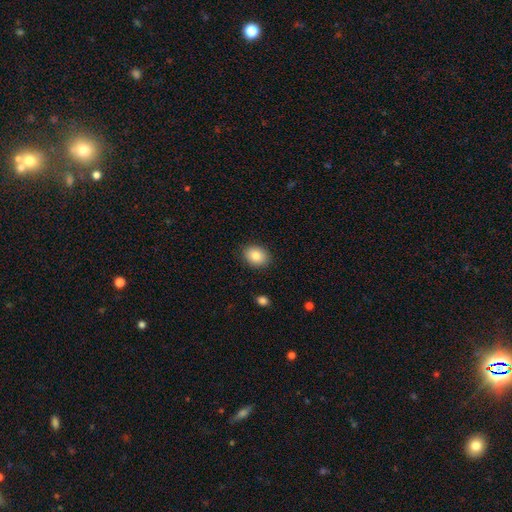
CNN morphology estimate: A smooth galaxy with no disk features (84%) that is in between round and cigar-shaped (60%).

Vote fractions:
- Smooth or featured? smooth: 84% / featured or disk: 8% / star or artifact: 8%
- How rounded? in between: 60% / round: 39% / cigar-shaped: 1%
- Merging? none: 88% / minor disturbance: 8% / major disturbance: 2% / merger: 1%